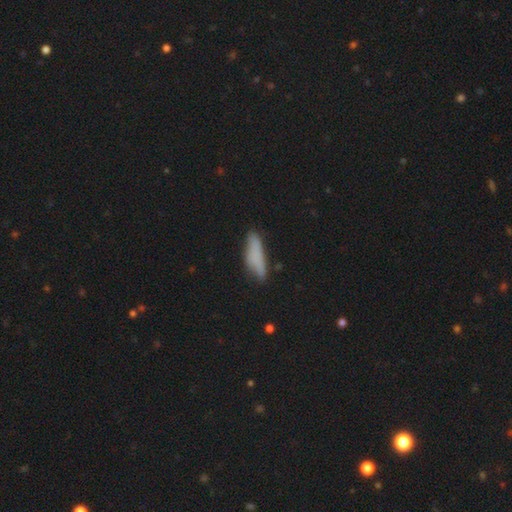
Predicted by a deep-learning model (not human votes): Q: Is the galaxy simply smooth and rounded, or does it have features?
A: smooth — 75%.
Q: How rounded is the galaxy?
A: cigar-shaped — 68%.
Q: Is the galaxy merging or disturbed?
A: none — 64%.